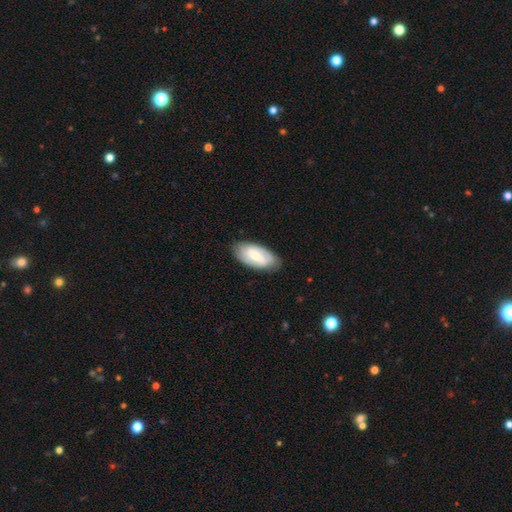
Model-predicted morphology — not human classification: Smooth or featured? Predicted: featured or disk (p=0.52). Edge-on disk? Predicted: no (p=0.92). Merging? Predicted: none (p=0.82).